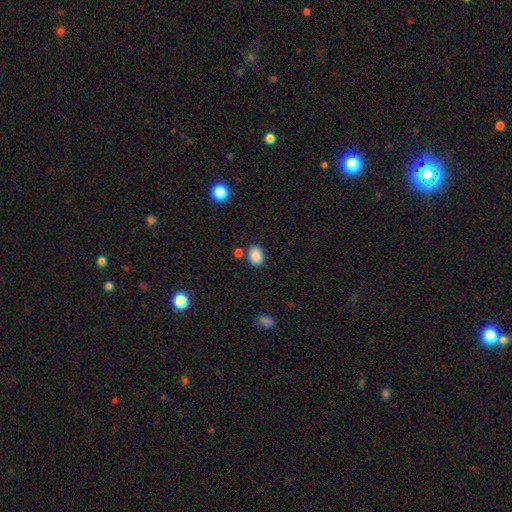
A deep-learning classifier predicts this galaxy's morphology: Smooth or featured? Predicted: smooth (p=0.88). How rounded? Predicted: in between (p=0.74). Merging? Predicted: none (p=0.80).